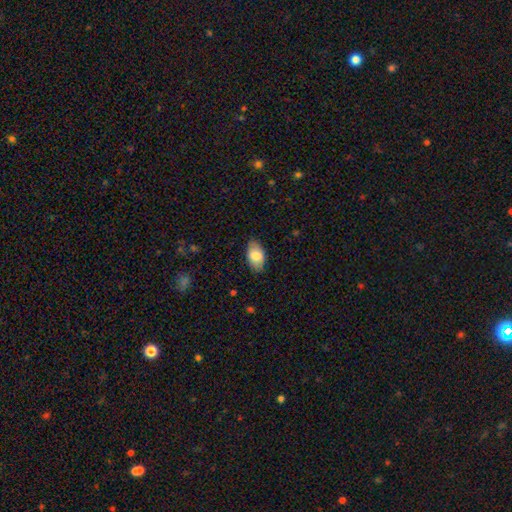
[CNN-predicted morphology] smooth 81%, featured or disk 12%, star or artifact 6%. Down the decision tree: how rounded — in between (93%); merging — none (82%).